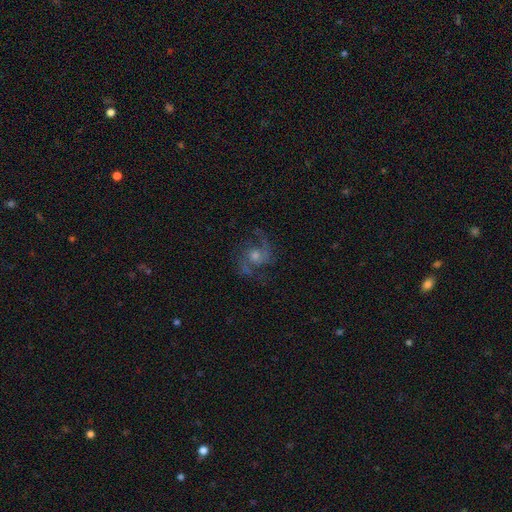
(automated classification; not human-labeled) Smooth or featured? featured or disk (84%)
Edge-on disk? no (98%)
Bar? no (65%)
Spiral arms? yes (97%)
Spiral winding? medium (54%)
Spiral arm count? 2 (86%)
Bulge size? moderate (55%)
Merging? none (73%)